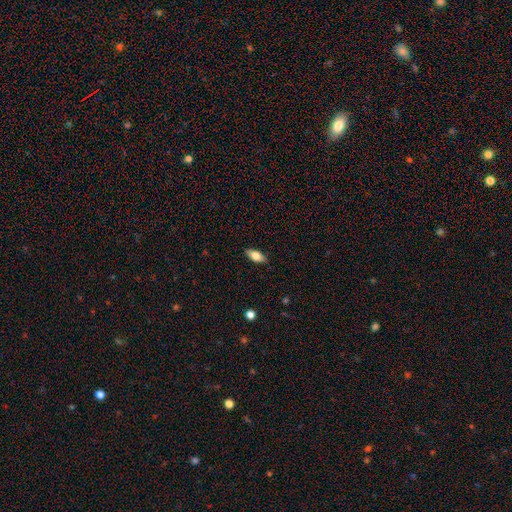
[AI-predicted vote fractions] A smooth galaxy with no disk features (76%) that is in between round and cigar-shaped (84%). Merging: none (88%).